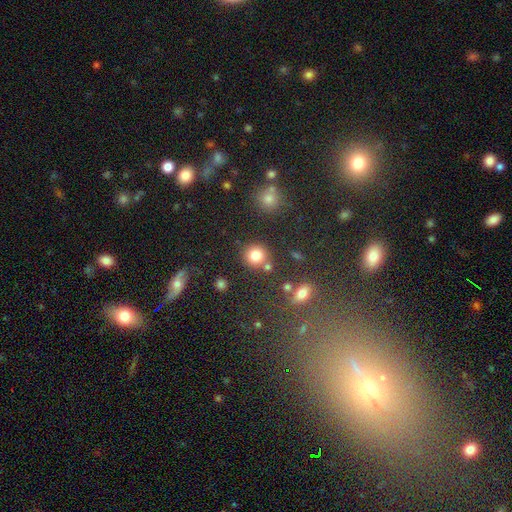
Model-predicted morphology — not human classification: This is clearly a smooth galaxy (81%). How rounded: clearly round (90%). Merging: likely none (75%).